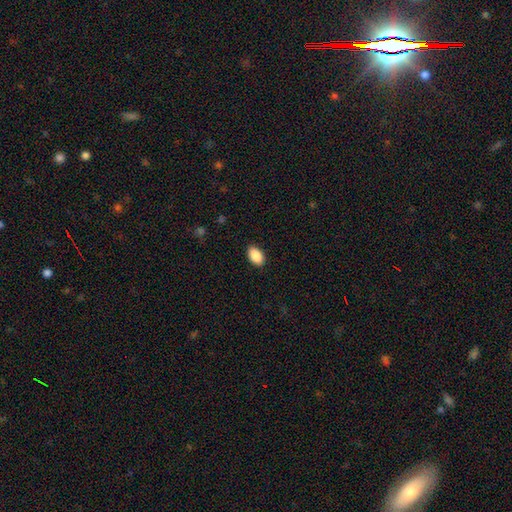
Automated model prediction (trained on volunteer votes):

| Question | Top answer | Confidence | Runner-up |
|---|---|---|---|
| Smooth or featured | smooth | 90% | star or artifact (7%) |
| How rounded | in between | 92% | round (6%) |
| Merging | none | 89% | minor disturbance (8%) |